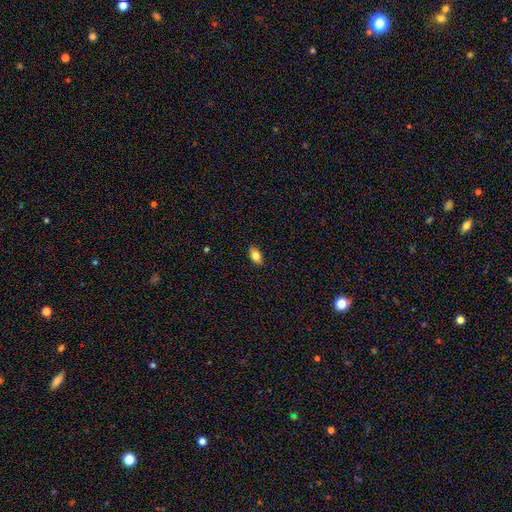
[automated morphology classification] Smooth or featured? smooth (81%)
How rounded? in between (88%)
Merging? none (87%)